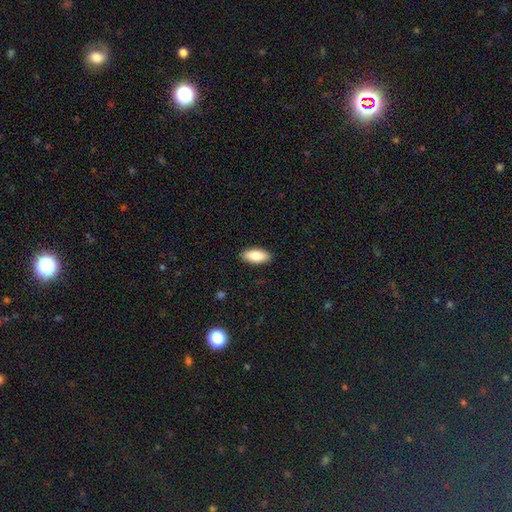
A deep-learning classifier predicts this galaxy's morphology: type=smooth (85%); roundness=in between (88%); merging=none (90%).